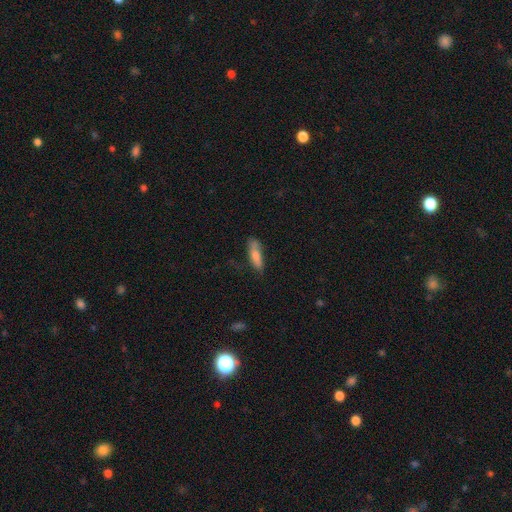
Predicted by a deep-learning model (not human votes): smooth_or_featured: smooth (p=0.75) [alt: featured or disk p=0.18]
how_rounded: cigar-shaped (p=0.56) [alt: in between p=0.42]
merging: none (p=0.63) [alt: minor disturbance p=0.26]